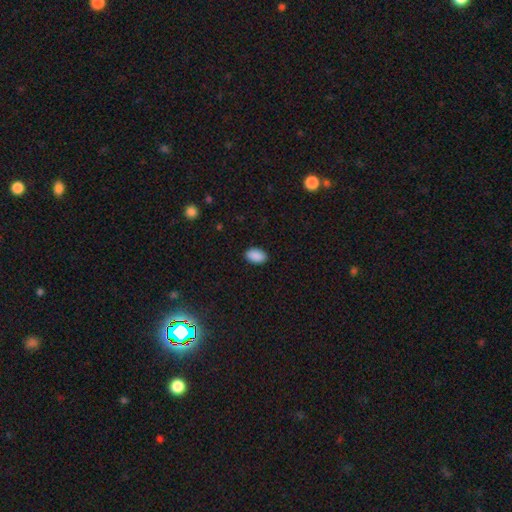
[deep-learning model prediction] A smooth galaxy with no disk features (90%) that is in between round and cigar-shaped (92%). Merging: none (89%).